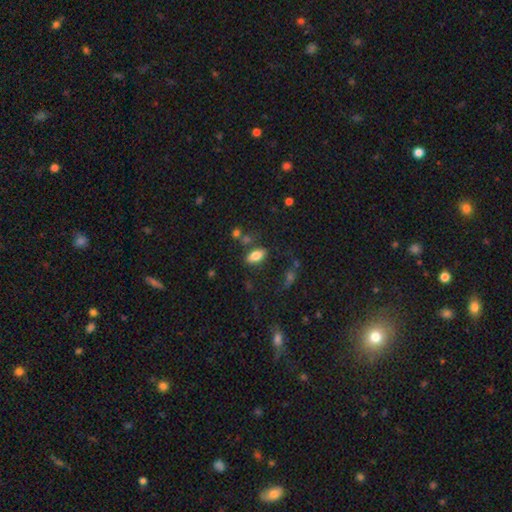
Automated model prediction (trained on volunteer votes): Q: Smooth or featured?
A: smooth (81%); runner-up: featured or disk (10%)
Q: How rounded?
A: in between (90%); runner-up: cigar-shaped (6%)
Q: Merging?
A: none (77%); runner-up: minor disturbance (13%)